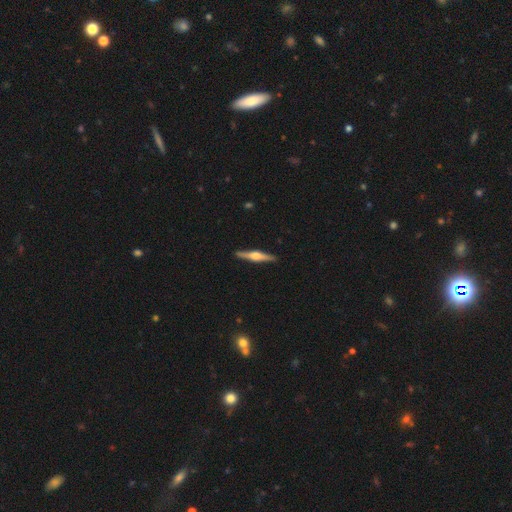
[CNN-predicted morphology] smooth_or_featured: featured or disk (p=0.73) [alt: smooth p=0.22]
disk_edge_on: yes (p=0.98) [alt: no p=0.02]
edge_on_bulge: rounded (p=0.89) [alt: boxy p=0.08]
merging: none (p=0.92) [alt: minor disturbance p=0.06]